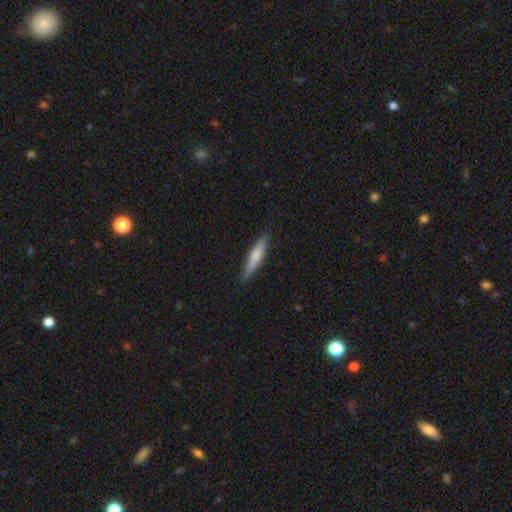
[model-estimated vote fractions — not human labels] Smooth or featured? smooth (64%)
How rounded? cigar-shaped (89%)
Merging? none (88%)